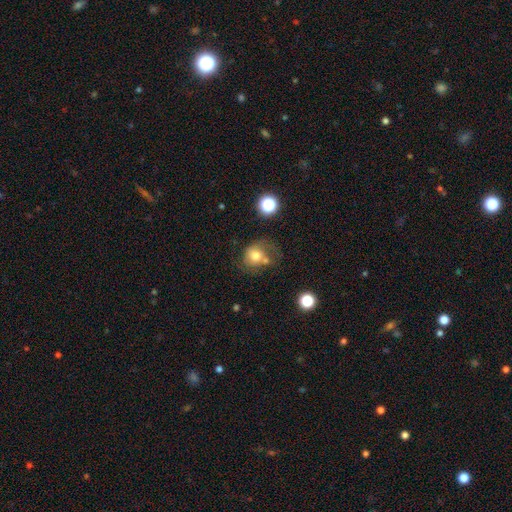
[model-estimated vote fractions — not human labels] smooth-or-featured: smooth: 63% | featured or disk: 24% | star or artifact: 12%
  how-rounded: round: 64% | in between: 35% | cigar-shaped: 1%
  merging: none: 34% | major disturbance: 25% | minor disturbance: 22% | merger: 19%